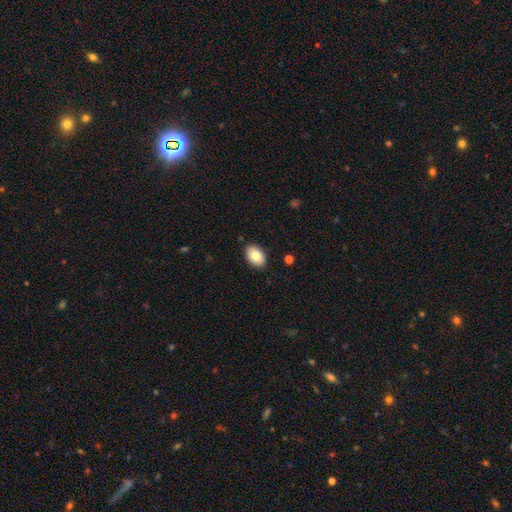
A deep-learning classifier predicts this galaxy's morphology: smooth-or-featured: smooth: 82% | featured or disk: 11% | star or artifact: 7%
  how-rounded: in between: 88% | round: 11% | cigar-shaped: 1%
  merging: none: 88% | minor disturbance: 9% | major disturbance: 2% | merger: 1%